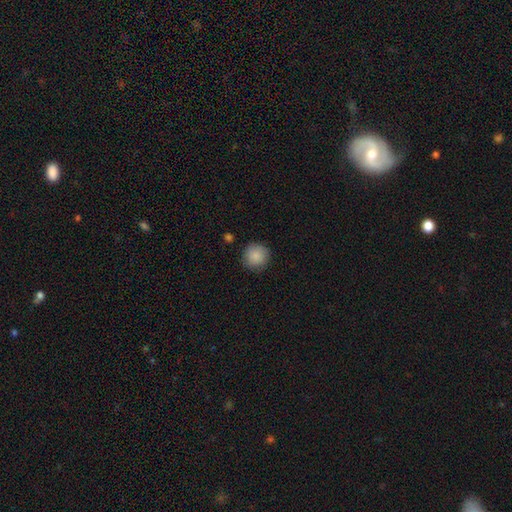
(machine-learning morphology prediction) A smooth galaxy with no disk features (88%) that is round (94%). Merging: none (88%).